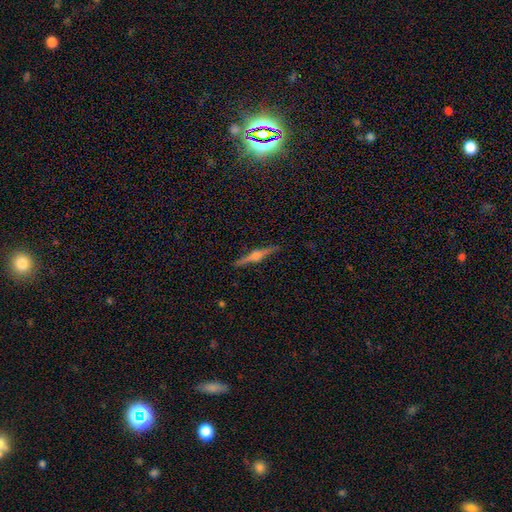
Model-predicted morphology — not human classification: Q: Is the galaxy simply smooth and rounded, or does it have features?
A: featured or disk — 82%.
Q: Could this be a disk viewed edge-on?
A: yes — 98%.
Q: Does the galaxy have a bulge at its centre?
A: rounded — 93%.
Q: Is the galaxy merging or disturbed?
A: none — 92%.